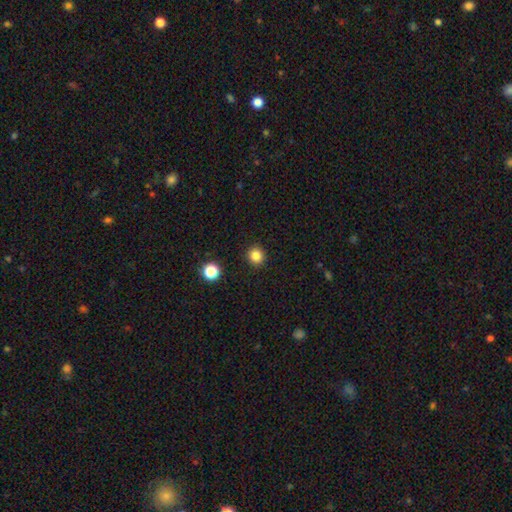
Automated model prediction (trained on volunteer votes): Smooth or featured? Predicted: smooth (p=0.83). How rounded? Predicted: round (p=0.90). Merging? Predicted: none (p=0.92).